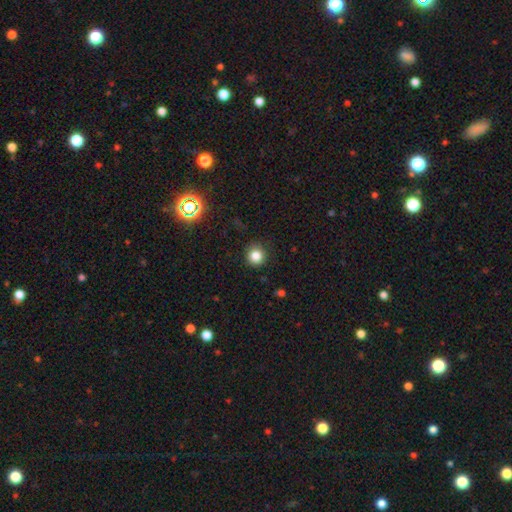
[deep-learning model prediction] Overall: smooth (82%). How rounded: round (91%). Merging: none (88%).